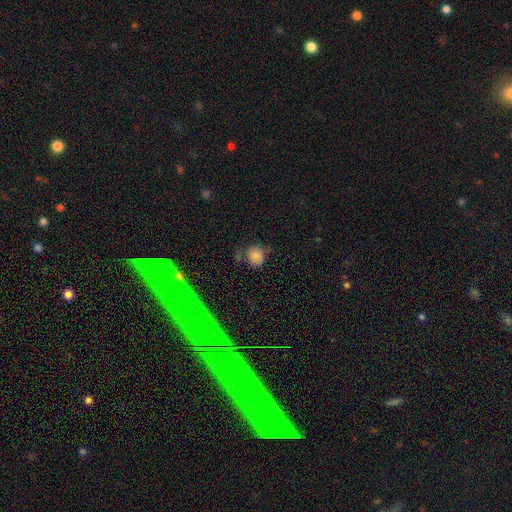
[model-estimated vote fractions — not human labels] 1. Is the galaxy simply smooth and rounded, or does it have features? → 80% smooth, 13% star or artifact, 7% featured or disk.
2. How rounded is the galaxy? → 81% round, 18% in between, 1% cigar-shaped.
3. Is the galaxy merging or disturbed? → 61% none, 23% minor disturbance, 9% major disturbance, 6% merger.